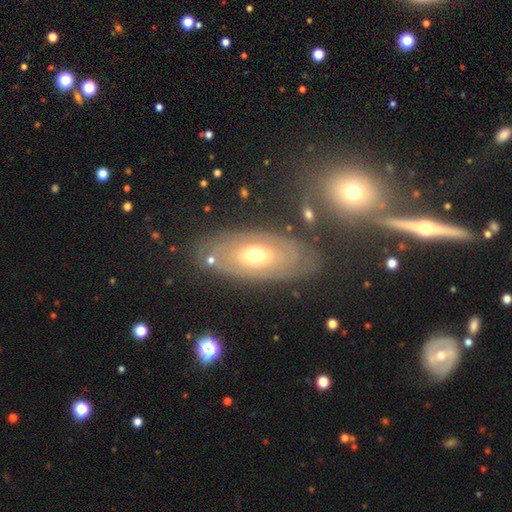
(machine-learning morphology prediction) smooth_or_featured: featured or disk (p=0.67) [alt: smooth p=0.25]
disk_edge_on: no (p=0.89) [alt: yes p=0.11]
bar: no (p=0.80) [alt: weak p=0.15]
has_spiral_arms: yes (p=0.53) [alt: no p=0.47]
bulge_size: moderate (p=0.64) [alt: small p=0.26]
merging: none (p=0.77) [alt: minor disturbance p=0.13]